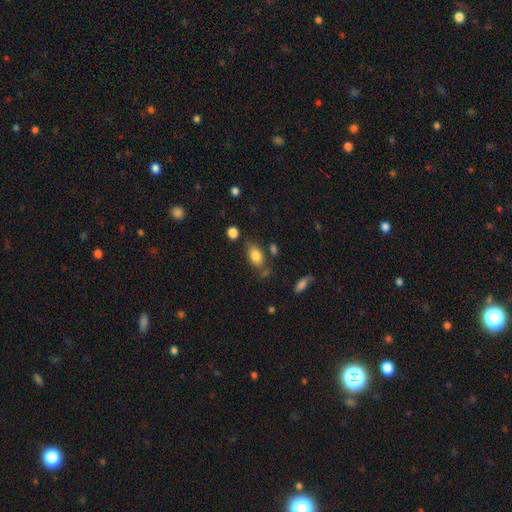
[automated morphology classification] A smooth galaxy with no disk features (83%) that is in between round and cigar-shaped (87%). Merging: none (67%).